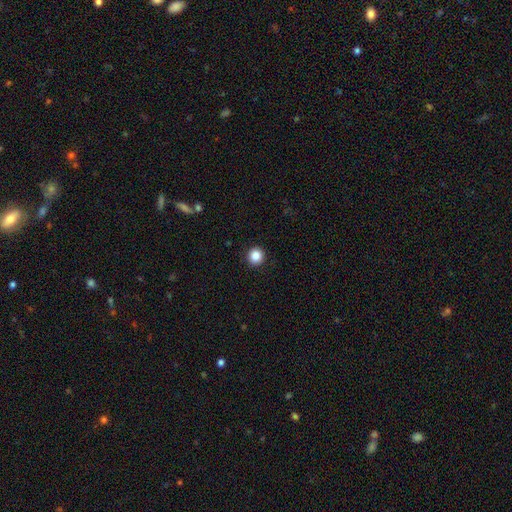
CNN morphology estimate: Smooth or featured? smooth (86%)
How rounded? round (94%)
Merging? none (93%)